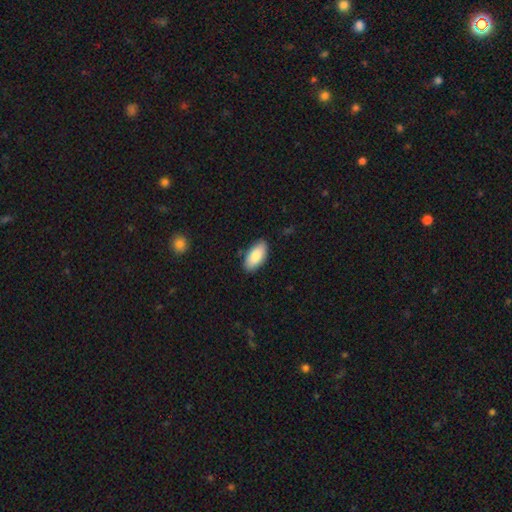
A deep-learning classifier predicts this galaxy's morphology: Smooth or featured: smooth — 84% (featured or disk — 9%)
How rounded: in between — 93% (cigar-shaped — 5%)
Merging: none — 85% (minor disturbance — 12%)